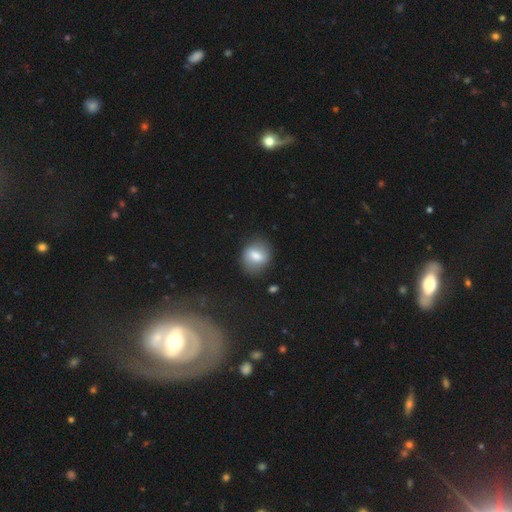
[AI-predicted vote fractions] This is likely a smooth galaxy (71%). How rounded: possibly round (56%). Merging: likely none (79%).